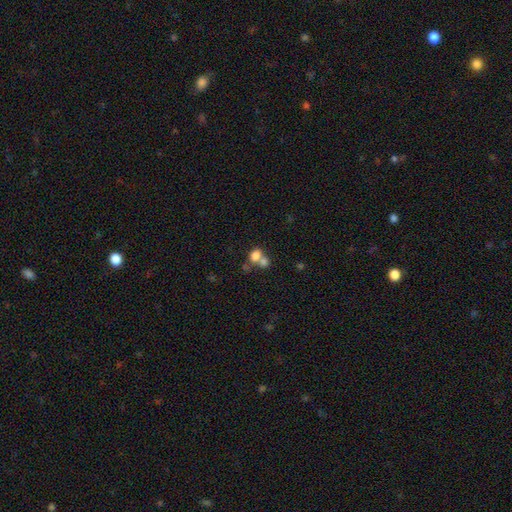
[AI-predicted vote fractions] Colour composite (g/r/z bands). It shows a smooth galaxy with no disk features (75%) that is in between round and cigar-shaped (53%). Merging: merger (57%).